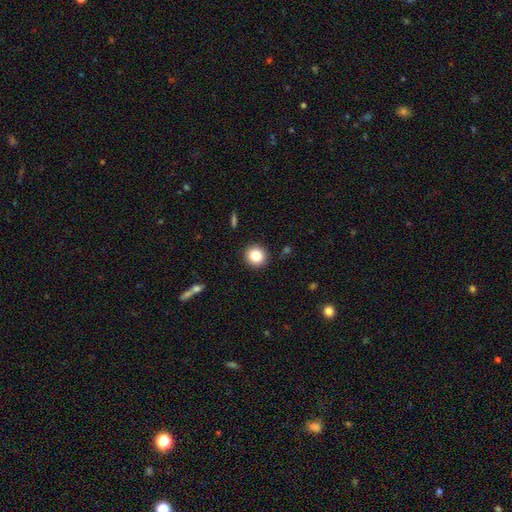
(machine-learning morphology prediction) A smooth galaxy with no disk features (83%) that is round (92%). Merging: none (91%).